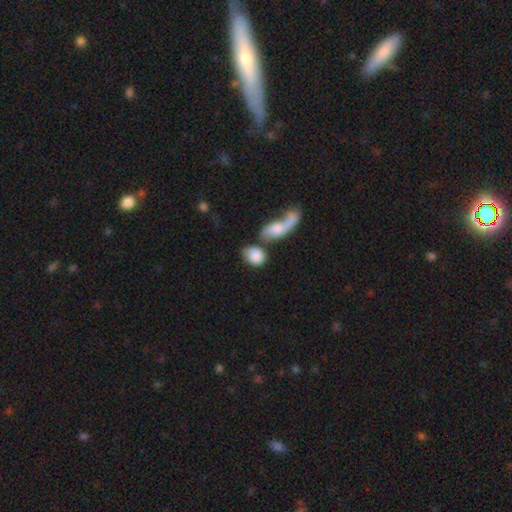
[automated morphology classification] Q: Smooth or featured?
A: smooth (81%); runner-up: featured or disk (13%)
Q: How rounded?
A: in between (58%); runner-up: round (39%)
Q: Merging?
A: merger (45%); runner-up: none (31%)